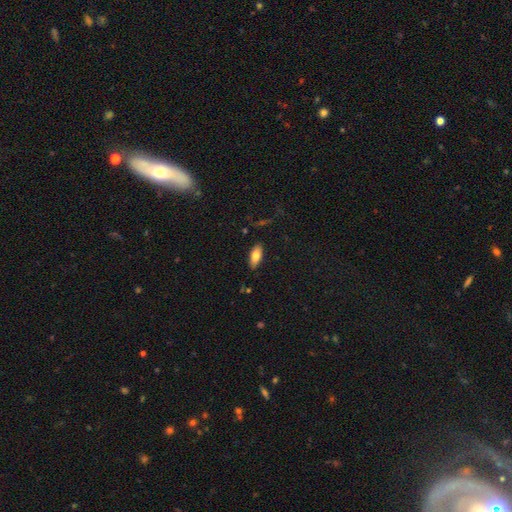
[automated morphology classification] A smooth galaxy with no disk features (77%) that is in between round and cigar-shaped (82%).

Vote fractions:
- Smooth or featured? smooth: 77% / featured or disk: 16% / star or artifact: 7%
- How rounded? in between: 82% / cigar-shaped: 16% / round: 2%
- Merging? none: 86% / minor disturbance: 11% / major disturbance: 2% / merger: 1%